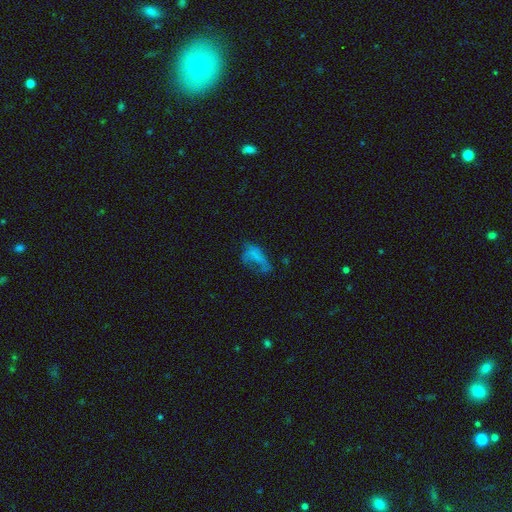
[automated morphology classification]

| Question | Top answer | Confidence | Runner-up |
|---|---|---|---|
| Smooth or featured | smooth | 49% | featured or disk (33%) |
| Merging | major disturbance | 43% | none (28%) |